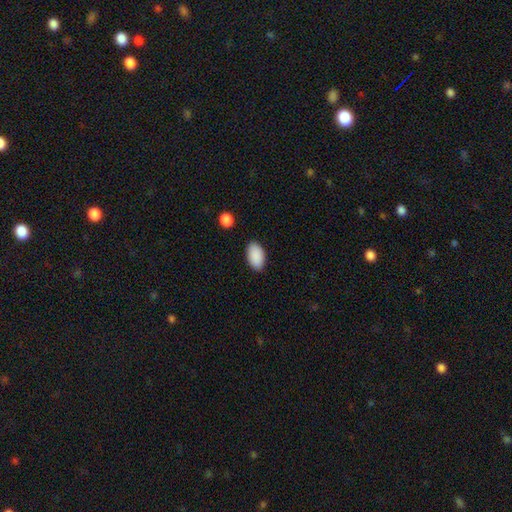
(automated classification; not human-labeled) A smooth galaxy with no disk features (91%) that is in between round and cigar-shaped (95%). Merging: none (87%).